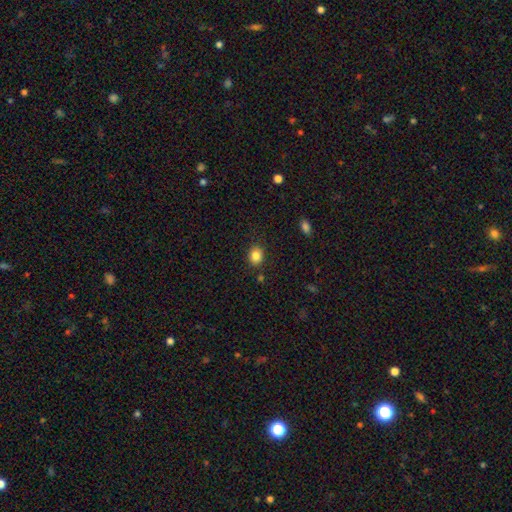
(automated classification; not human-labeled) This is clearly a smooth galaxy (84%). How rounded: possibly round (57%). Merging: clearly none (87%).